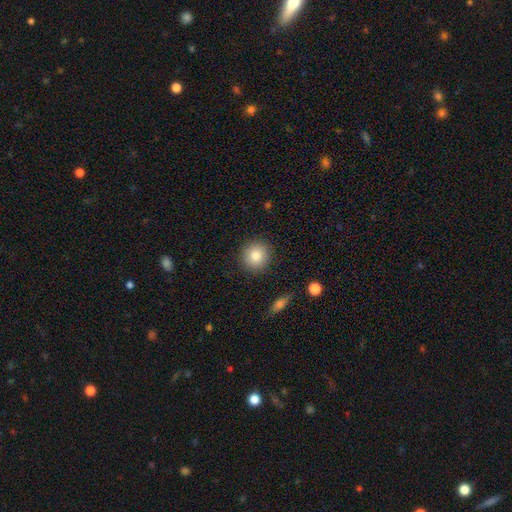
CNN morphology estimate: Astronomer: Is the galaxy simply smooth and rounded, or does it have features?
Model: smooth — 84%.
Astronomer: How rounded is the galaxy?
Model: round — 91%.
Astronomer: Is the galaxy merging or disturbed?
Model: none — 90%.